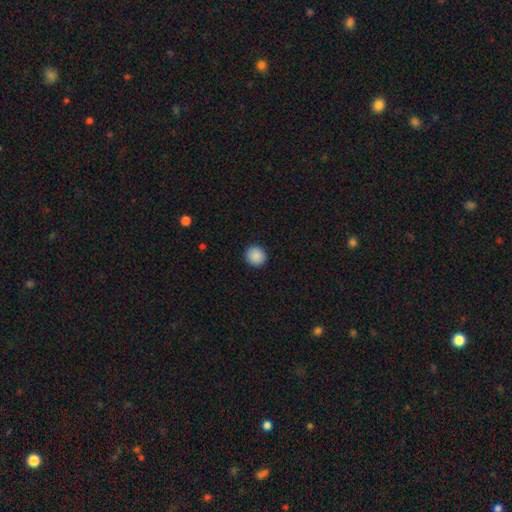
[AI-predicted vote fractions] Overall: smooth (89%). How rounded: round (92%). Merging: none (92%).